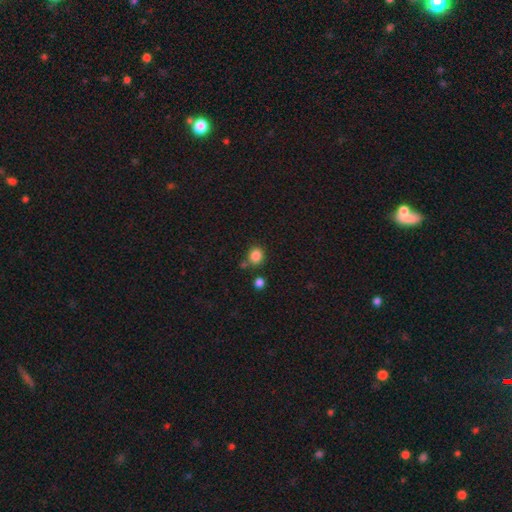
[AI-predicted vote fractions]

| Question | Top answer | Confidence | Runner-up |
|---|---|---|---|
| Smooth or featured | smooth | 85% | star or artifact (11%) |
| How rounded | round | 77% | in between (22%) |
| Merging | none | 75% | minor disturbance (11%) |